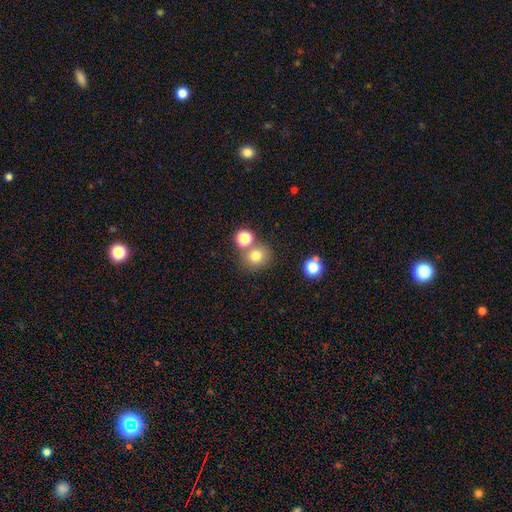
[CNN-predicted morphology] Q: Smooth or featured?
A: smooth (77%); runner-up: star or artifact (14%)
Q: How rounded?
A: round (83%); runner-up: in between (16%)
Q: Merging?
A: none (65%); runner-up: merger (22%)